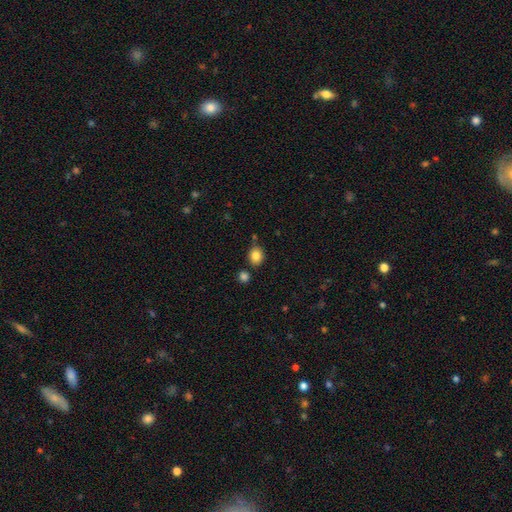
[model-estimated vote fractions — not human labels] Morphology: type=smooth (84%); roundness=round (58%); merging=none (76%).